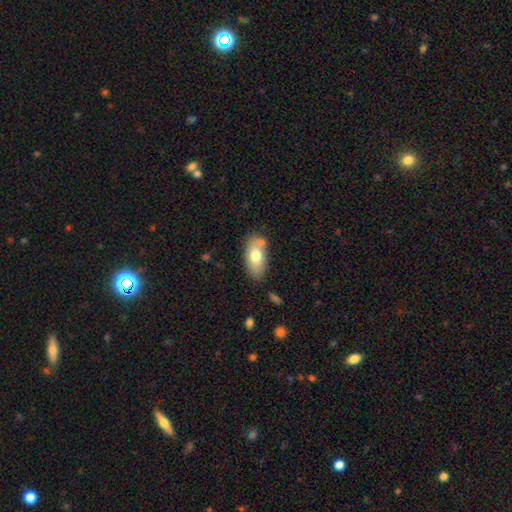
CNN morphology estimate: This appears to be a smooth galaxy with no disk features (71%) that is in between round and cigar-shaped (90%). Merging: none (69%).